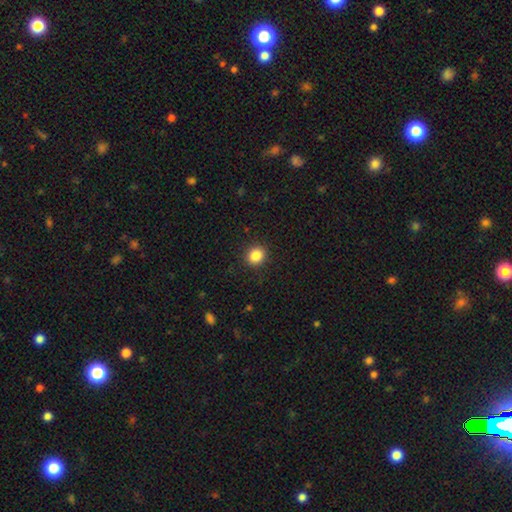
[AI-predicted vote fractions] Smooth or featured? smooth (86%)
How rounded? round (76%)
Merging? none (90%)